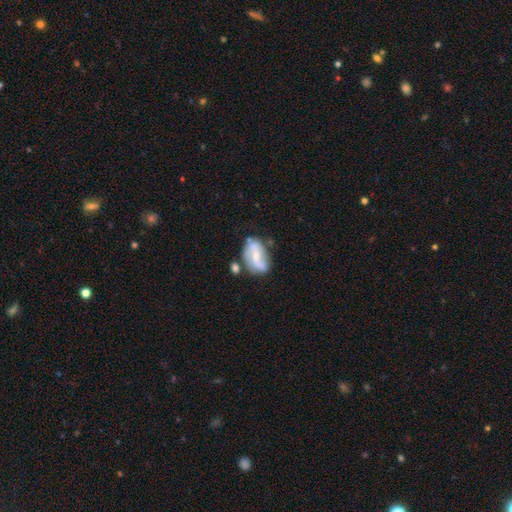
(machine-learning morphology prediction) smooth-or-featured: featured or disk: 69% | smooth: 25% | star or artifact: 6%
  disk-edge-on: no: 96% | yes: 4%
    bar: weak: 38% | no: 35% | strong: 27%
    has-spiral-arms: yes: 82% | no: 18%
      spiral-winding: loose: 48% | medium: 35% | tight: 16%
      spiral-arm-count: 2: 81% | can't tell: 10% | 1: 5% | 3: 2% | 4: 1% | more than 4: 1%
    bulge-size: small: 50% | moderate: 44% | none: 2% | large: 2% | dominant: 1%
  merging: none: 56% | minor disturbance: 24% | merger: 11% | major disturbance: 9%